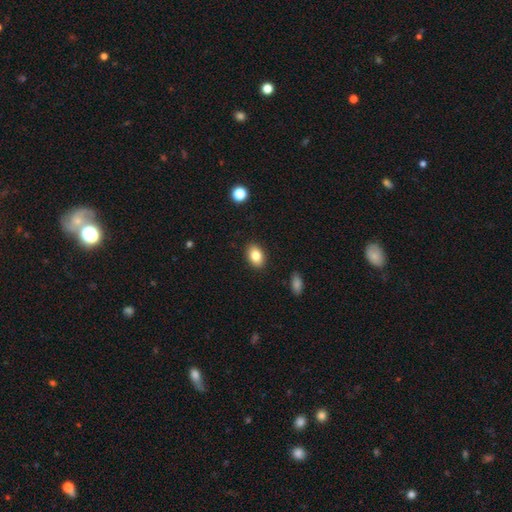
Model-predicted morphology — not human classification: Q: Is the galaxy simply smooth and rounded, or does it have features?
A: smooth — 82%.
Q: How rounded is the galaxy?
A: in between — 84%.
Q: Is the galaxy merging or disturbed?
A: none — 88%.